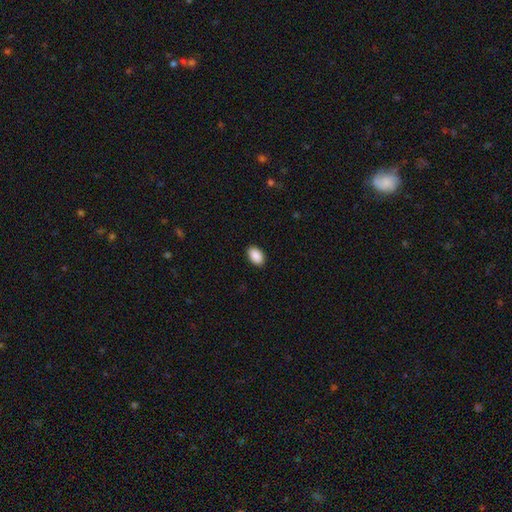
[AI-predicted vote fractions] Smooth or featured? smooth (91%)
How rounded? in between (92%)
Merging? none (90%)